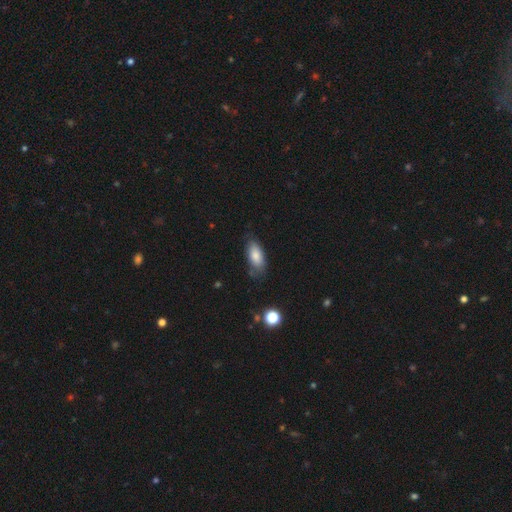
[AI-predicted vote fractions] smooth 81%, featured or disk 12%, star or artifact 7%. Down the decision tree: how rounded — in between (86%); merging — none (70%).